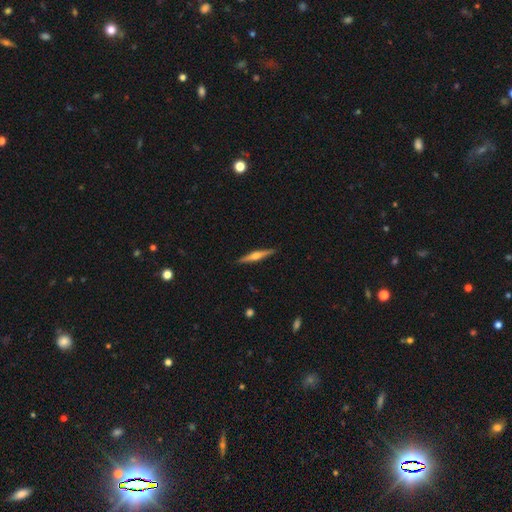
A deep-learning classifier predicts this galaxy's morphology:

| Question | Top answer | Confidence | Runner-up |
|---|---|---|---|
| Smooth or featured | featured or disk | 69% | smooth (25%) |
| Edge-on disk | yes | 98% | no (2%) |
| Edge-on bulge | rounded | 90% | boxy (6%) |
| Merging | none | 91% | minor disturbance (7%) |